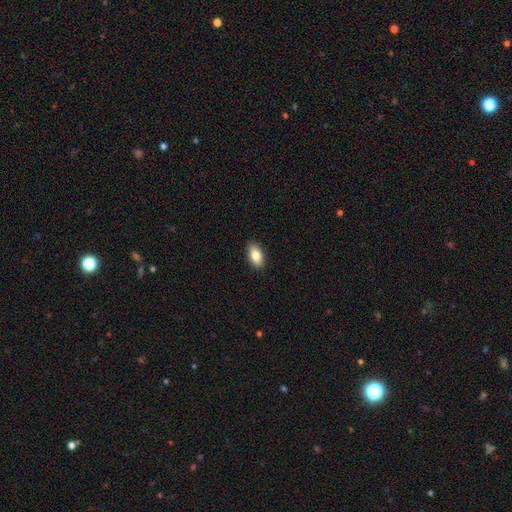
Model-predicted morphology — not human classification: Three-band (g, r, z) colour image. It shows a smooth galaxy with no disk features (83%) that is in between round and cigar-shaped (91%). Merging: none (89%).